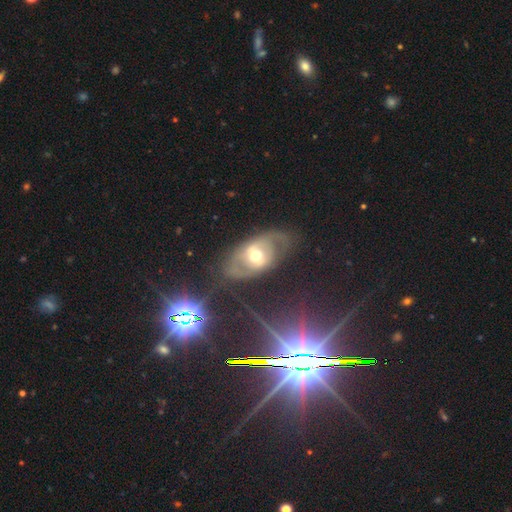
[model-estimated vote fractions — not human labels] smooth-or-featured: featured or disk: 64% | smooth: 26% | star or artifact: 10%
  disk-edge-on: no: 91% | yes: 9%
    bar: weak: 39% | no: 38% | strong: 23%
    has-spiral-arms: yes: 56% | no: 44%
    bulge-size: moderate: 72% | small: 16% | large: 9% | dominant: 1% | none: 1%
  merging: none: 66% | minor disturbance: 19% | major disturbance: 13% | merger: 3%